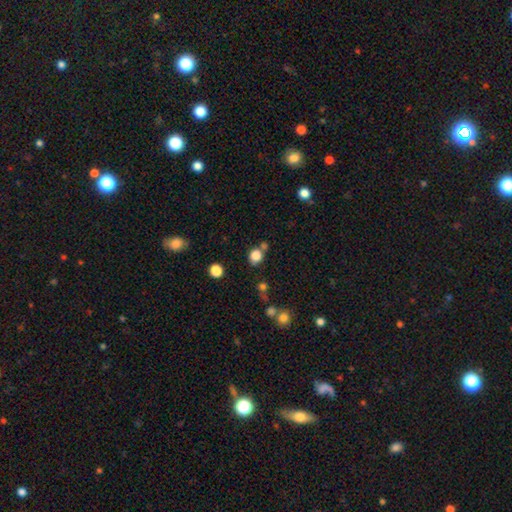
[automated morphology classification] smooth-or-featured: smooth: 82% | star or artifact: 13% | featured or disk: 6%
  how-rounded: round: 80% | in between: 19% | cigar-shaped: 1%
  merging: none: 67% | merger: 17% | minor disturbance: 12% | major disturbance: 4%